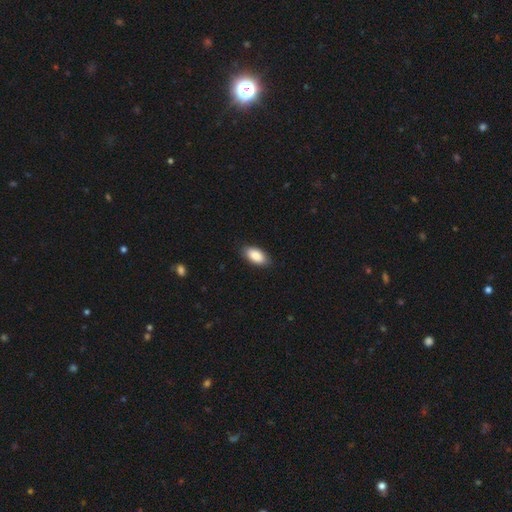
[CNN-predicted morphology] Smooth or featured?
  - smooth: 88% *
  - star or artifact: 6%
  - featured or disk: 6%
How rounded?
  - in between: 93% *
  - cigar-shaped: 5%
  - round: 3%
Merging?
  - none: 87% *
  - minor disturbance: 10%
  - major disturbance: 2%
  - merger: 1%